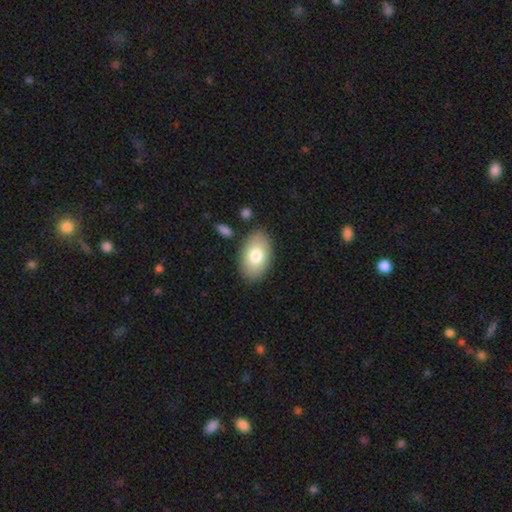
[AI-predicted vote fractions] Overall: smooth (77%). How rounded: in between (92%). Merging: none (83%).